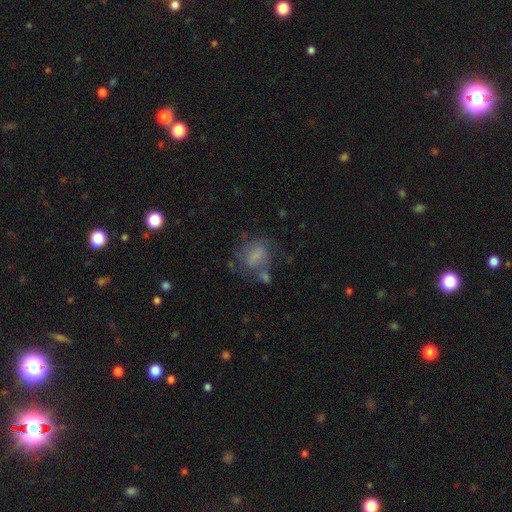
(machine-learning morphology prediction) smooth 59%, featured or disk 29%, star or artifact 12%. Down the decision tree: how rounded — in between (57%); merging — none (42%).